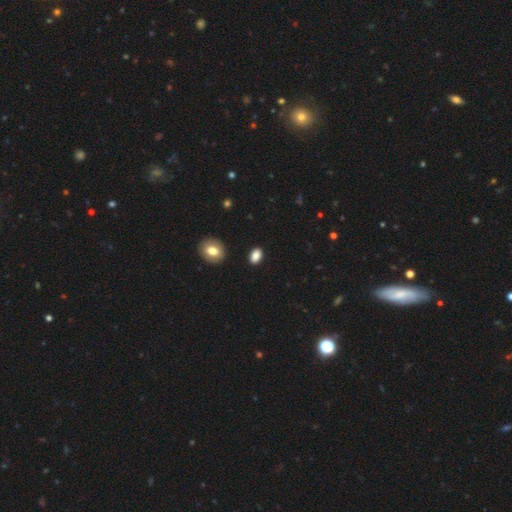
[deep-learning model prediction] smooth-or-featured: smooth: 87% | star or artifact: 9% | featured or disk: 4%
  how-rounded: in between: 88% | round: 10% | cigar-shaped: 2%
  merging: none: 90% | minor disturbance: 7% | major disturbance: 2% | merger: 1%